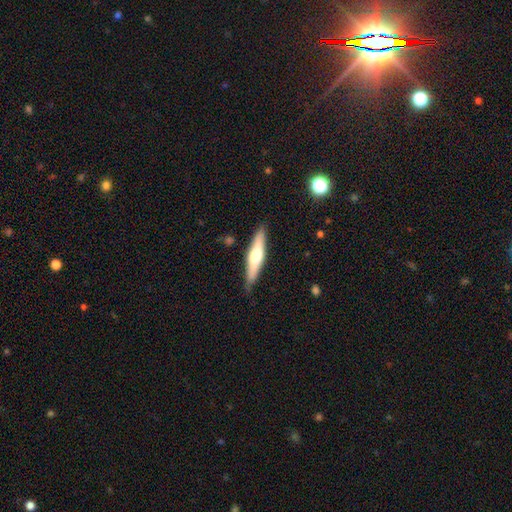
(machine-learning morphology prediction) A featured or disk galaxy (48%). Merging: none (84%).